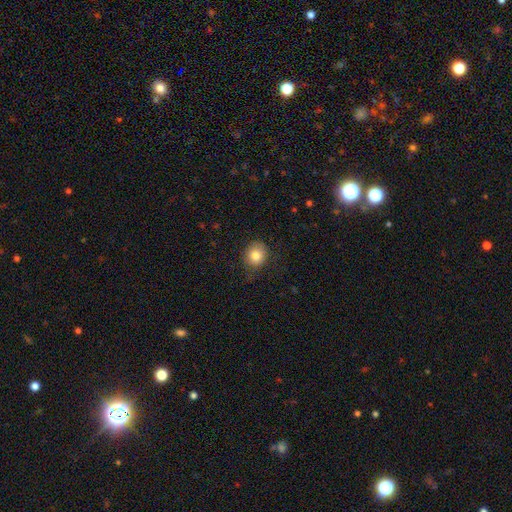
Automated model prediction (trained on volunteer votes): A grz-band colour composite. It shows a smooth galaxy with no disk features (81%) that is round (76%). Merging: none (77%).